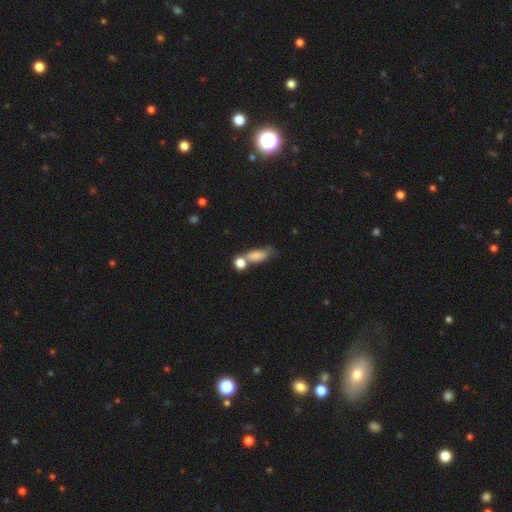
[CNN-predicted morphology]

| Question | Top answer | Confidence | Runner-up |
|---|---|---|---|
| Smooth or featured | smooth | 78% | featured or disk (12%) |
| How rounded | in between | 71% | cigar-shaped (17%) |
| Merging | merger | 42% | none (31%) |